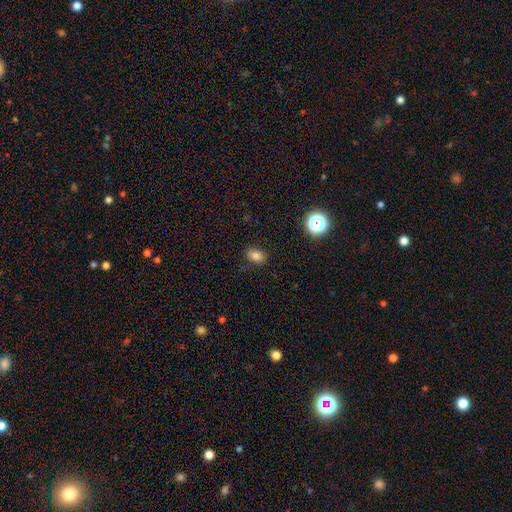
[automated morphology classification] Smooth or featured? Predicted: smooth (p=0.80). How rounded? Predicted: in between (p=0.82). Merging? Predicted: none (p=0.84).